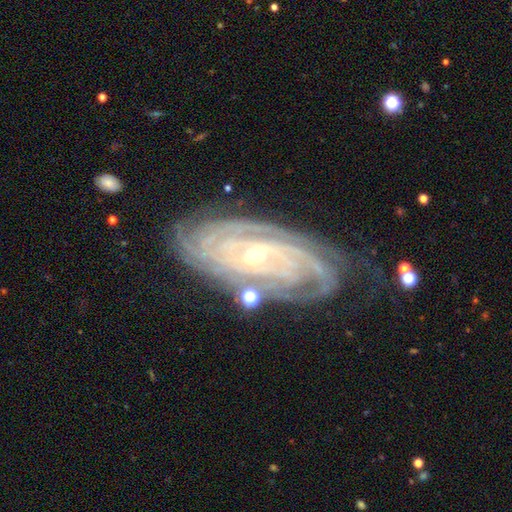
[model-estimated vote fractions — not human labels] Smooth or featured?
  - featured or disk: 90% *
  - star or artifact: 6%
  - smooth: 4%
Edge-on disk?
  - no: 94% *
  - yes: 6%
Bar?
  - no: 56% *
  - weak: 27%
  - strong: 17%
Spiral arms?
  - yes: 98% *
  - no: 2%
Spiral winding?
  - tight: 83% *
  - medium: 15%
  - loose: 3%
Spiral arm count?
  - 4: 27% *
  - can't tell: 22%
  - more than 4: 18%
  - 3: 16%
  - 2: 11%
  - 1: 7%
Bulge size?
  - small: 79% *
  - moderate: 17%
  - none: 1%
  - large: 1%
  - dominant: 1%
Merging?
  - none: 71% *
  - minor disturbance: 19%
  - major disturbance: 7%
  - merger: 4%